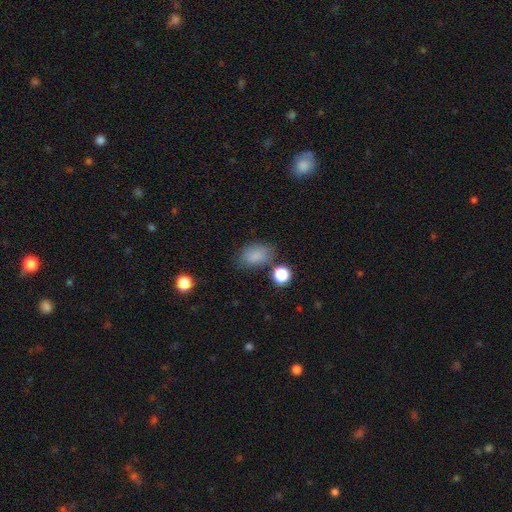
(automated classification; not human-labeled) smooth_or_featured: smooth (p=0.82) [alt: star or artifact p=0.12]
how_rounded: in between (p=0.83) [alt: round p=0.16]
merging: none (p=0.68) [alt: minor disturbance p=0.19]